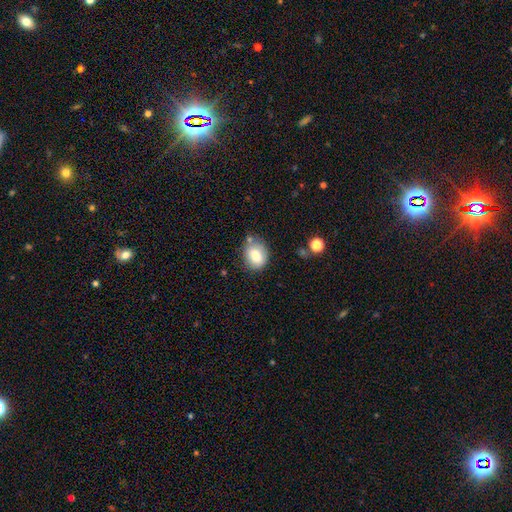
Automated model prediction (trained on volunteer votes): A smooth galaxy with no disk features (80%) that is in between round and cigar-shaped (61%).

Vote fractions:
- Smooth or featured? smooth: 80% / featured or disk: 12% / star or artifact: 8%
- How rounded? in between: 61% / round: 38% / cigar-shaped: 1%
- Merging? none: 62% / minor disturbance: 23% / merger: 10% / major disturbance: 6%